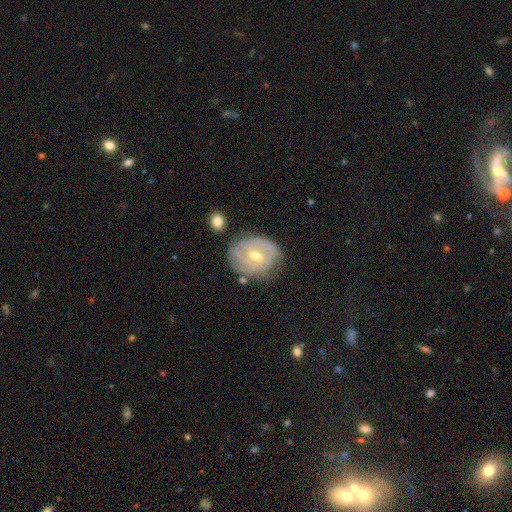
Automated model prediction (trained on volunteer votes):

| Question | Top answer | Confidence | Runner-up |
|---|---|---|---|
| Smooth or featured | featured or disk | 74% | smooth (19%) |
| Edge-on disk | no | 96% | yes (4%) |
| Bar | weak | 49% | no (39%) |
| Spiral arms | yes | 82% | no (18%) |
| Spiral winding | tight | 66% | medium (25%) |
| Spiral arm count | can't tell | 40% | 2 (36%) |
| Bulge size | moderate | 59% | small (39%) |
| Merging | none | 71% | minor disturbance (21%) |